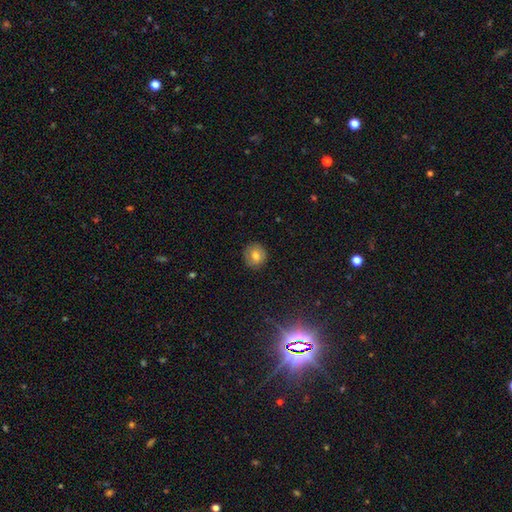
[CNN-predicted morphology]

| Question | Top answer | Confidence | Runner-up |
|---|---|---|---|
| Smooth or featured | smooth | 74% | featured or disk (15%) |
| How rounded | round | 90% | in between (9%) |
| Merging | none | 89% | minor disturbance (8%) |